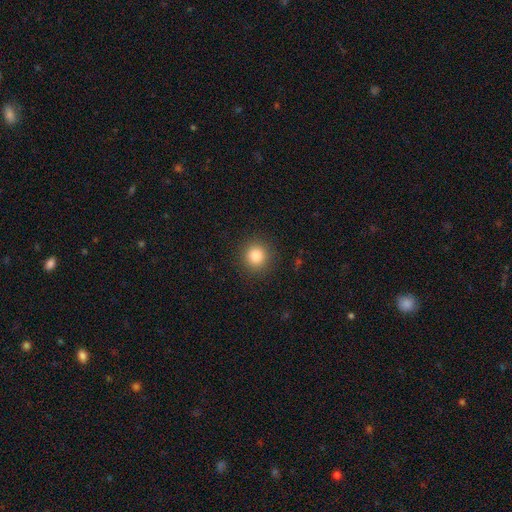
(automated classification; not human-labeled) Morphology: type=smooth (83%); roundness=round (93%); merging=none (91%).